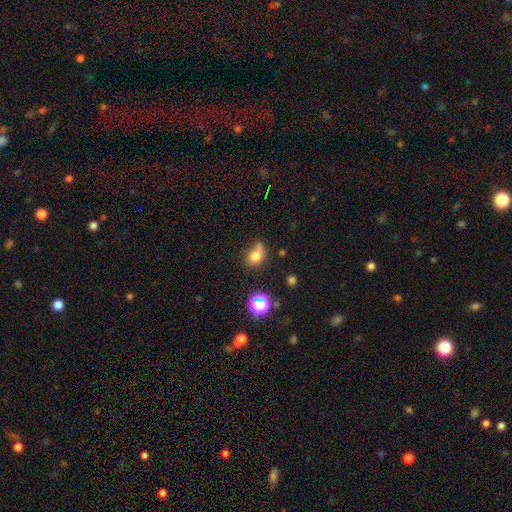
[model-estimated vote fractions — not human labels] smooth 73%, star or artifact 15%, featured or disk 12%. Down the decision tree: how rounded — round (52%); merging — none (42%).